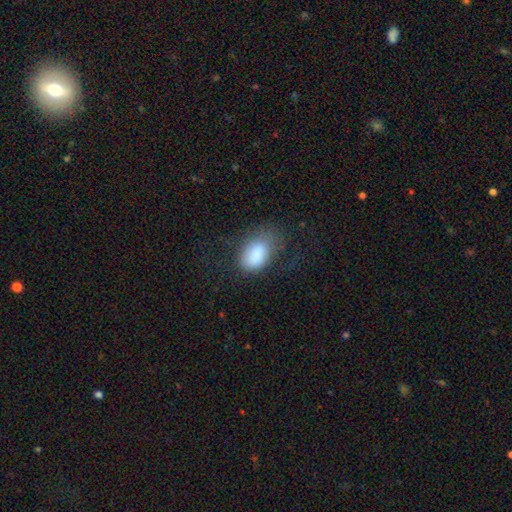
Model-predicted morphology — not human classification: smooth-or-featured: smooth: 84% | featured or disk: 8% | star or artifact: 8%
  how-rounded: in between: 89% | round: 10% | cigar-shaped: 1%
  merging: none: 49% | minor disturbance: 26% | major disturbance: 23% | merger: 2%